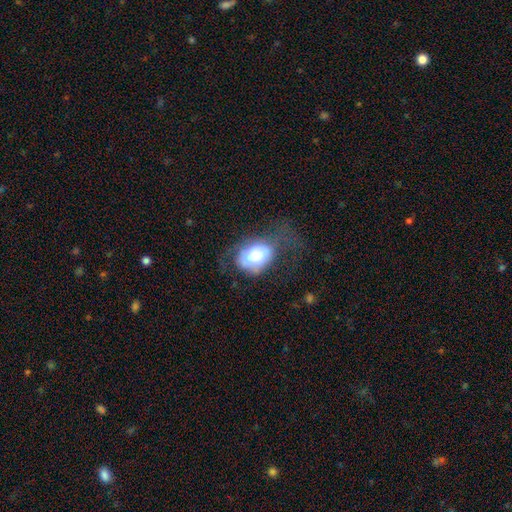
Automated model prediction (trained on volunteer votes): Smooth or featured? smooth (62%)
How rounded? in between (68%)
Merging? none (39%)